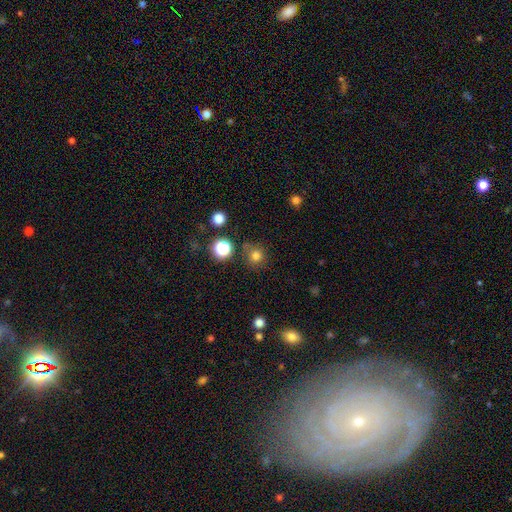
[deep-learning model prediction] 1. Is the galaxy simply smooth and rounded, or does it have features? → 78% smooth, 17% star or artifact, 5% featured or disk.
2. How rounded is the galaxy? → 91% round, 8% in between, 1% cigar-shaped.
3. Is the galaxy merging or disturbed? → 81% none, 11% minor disturbance, 4% merger, 4% major disturbance.